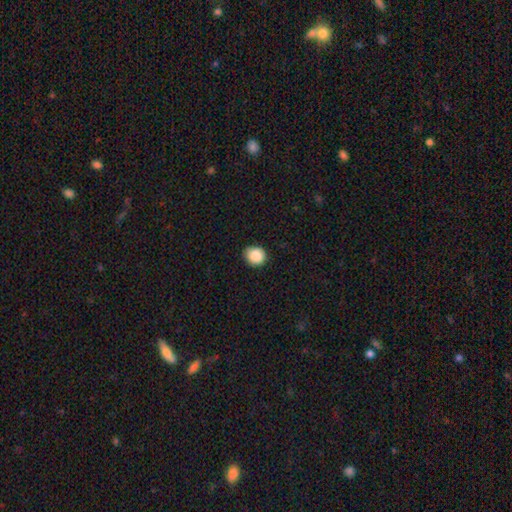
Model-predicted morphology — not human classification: type=smooth (88%); roundness=round (81%); merging=none (86%).